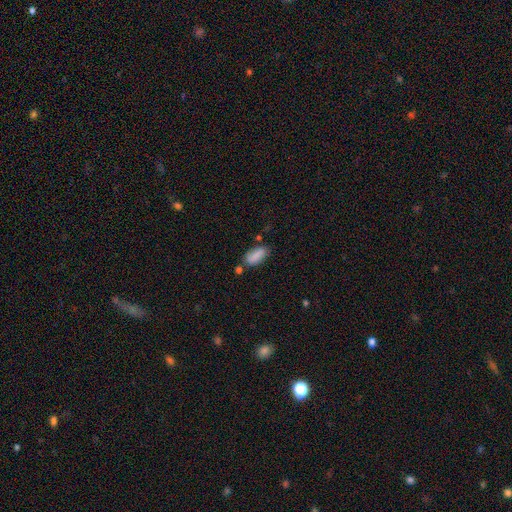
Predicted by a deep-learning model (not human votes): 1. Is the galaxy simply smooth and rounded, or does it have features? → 86% smooth, 7% star or artifact, 7% featured or disk.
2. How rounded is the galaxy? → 80% in between, 18% cigar-shaped, 2% round.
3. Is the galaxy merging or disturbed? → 66% none, 18% minor disturbance, 12% merger, 5% major disturbance.